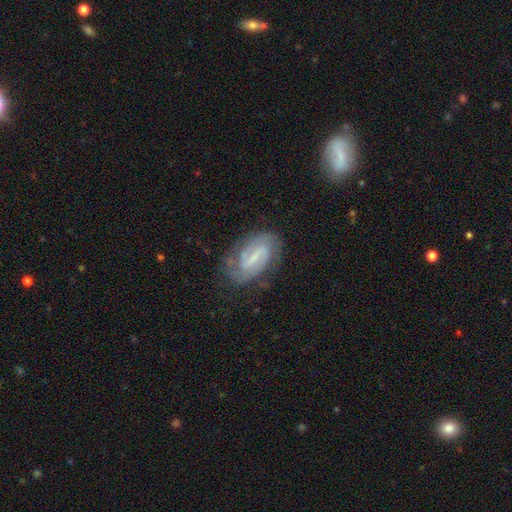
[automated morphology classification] Smooth or featured? featured or disk (80%)
Edge-on disk? no (96%)
Bar? weak (45%)
Spiral arms? yes (94%)
Spiral winding? tight (50%)
Spiral arm count? 2 (73%)
Bulge size? small (55%)
Merging? none (74%)